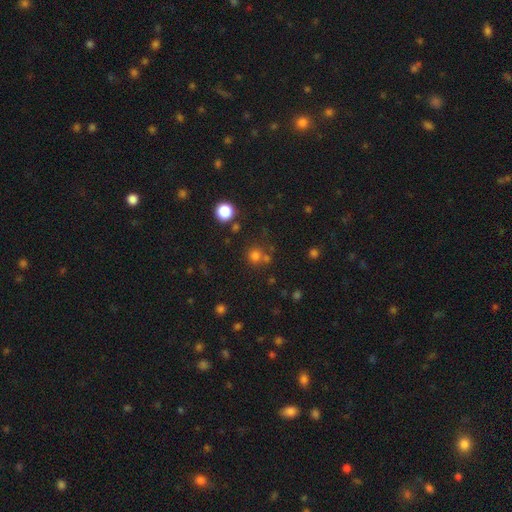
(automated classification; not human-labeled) smooth 73%, star or artifact 20%, featured or disk 8%. Down the decision tree: how rounded — round (89%); merging — none (64%).